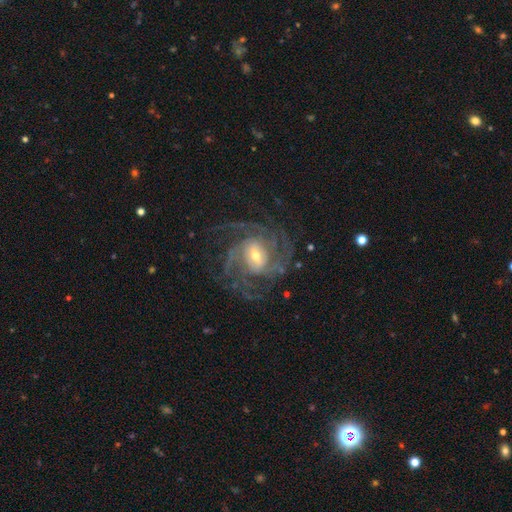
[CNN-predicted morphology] This is clearly a featured or disk galaxy (91%). It is clearly not viewed edge-on (98%). Bar: possibly weak (49%). Spiral arm pattern: clearly yes (98%). Spiral arm count: marginally 4 (27%). Spiral winding: possibly tight (52%). Central bulge: possibly moderate (48%). Merging: likely none (72%).